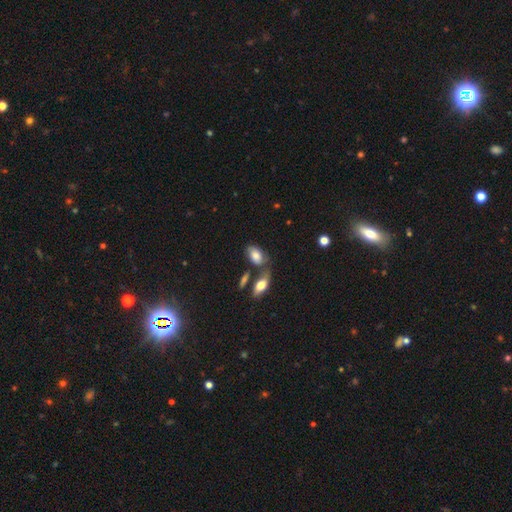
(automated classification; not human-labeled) smooth 71%, featured or disk 21%, star or artifact 7%. Down the decision tree: how rounded — in between (91%); merging — none (50%).